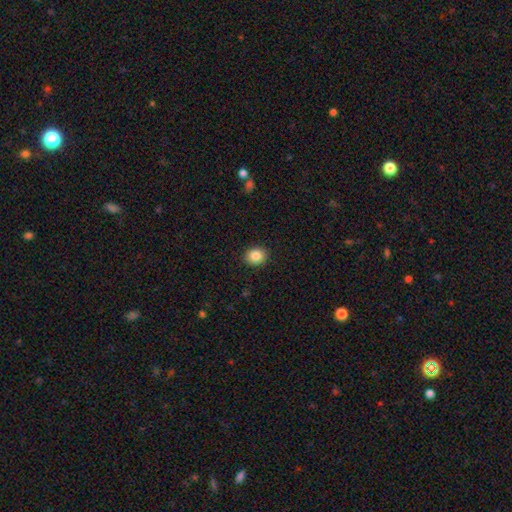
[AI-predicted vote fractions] Overall: smooth (86%). How rounded: round (66%; in between 33%). Merging: none (91%).